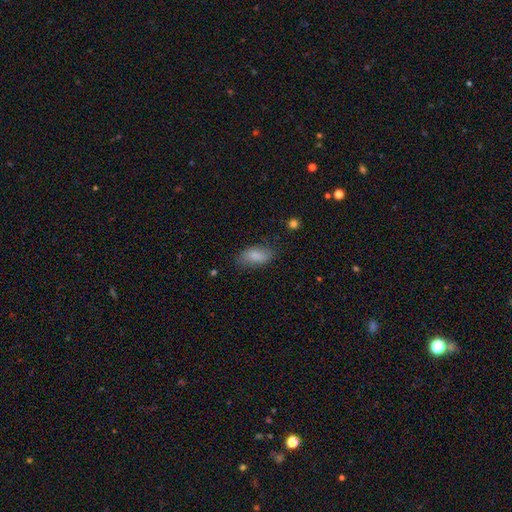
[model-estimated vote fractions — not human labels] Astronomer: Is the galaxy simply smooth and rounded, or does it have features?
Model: smooth — 84%.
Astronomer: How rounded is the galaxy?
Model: in between — 91%.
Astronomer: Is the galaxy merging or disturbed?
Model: none — 72%.